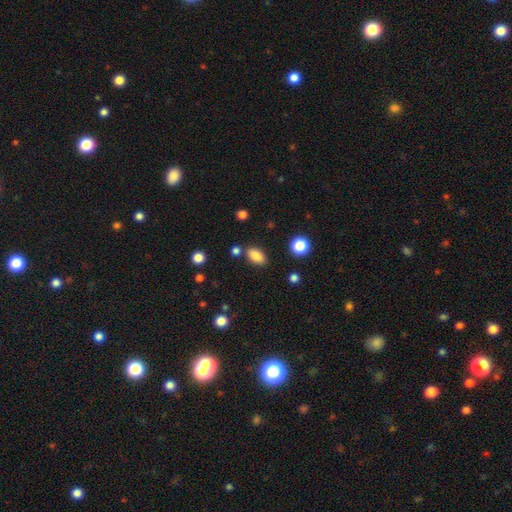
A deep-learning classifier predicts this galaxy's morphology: Q: Smooth or featured?
A: smooth (85%); runner-up: star or artifact (10%)
Q: How rounded?
A: in between (90%); runner-up: round (7%)
Q: Merging?
A: none (80%); runner-up: minor disturbance (11%)